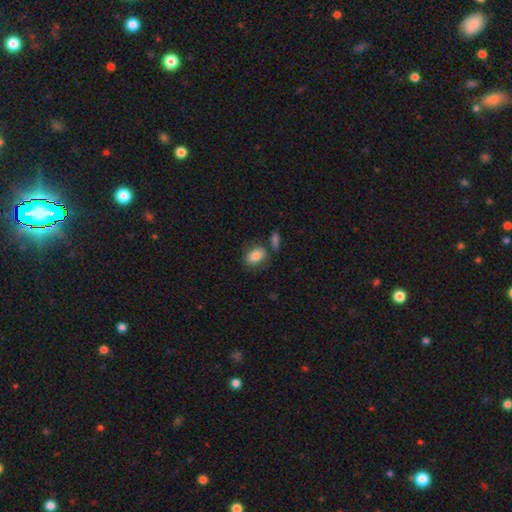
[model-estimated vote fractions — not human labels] A smooth galaxy with no disk features (83%) that is in between round and cigar-shaped (82%).

Vote fractions:
- Smooth or featured? smooth: 83% / featured or disk: 10% / star or artifact: 7%
- How rounded? in between: 82% / round: 16% / cigar-shaped: 2%
- Merging? none: 62% / merger: 17% / minor disturbance: 15% / major disturbance: 6%